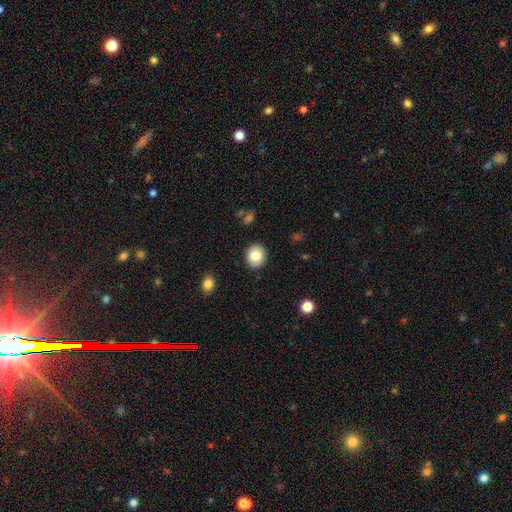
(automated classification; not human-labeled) This appears to be a smooth galaxy with no disk features (83%) that is round (71%). Merging: none (90%).